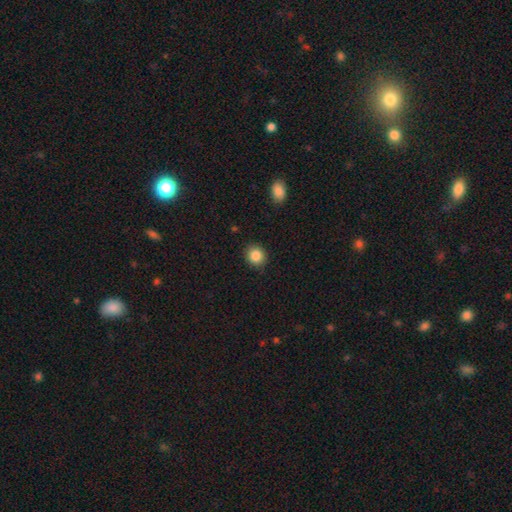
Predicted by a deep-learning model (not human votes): Morphology: type=smooth (86%); roundness=round (85%); merging=none (90%).